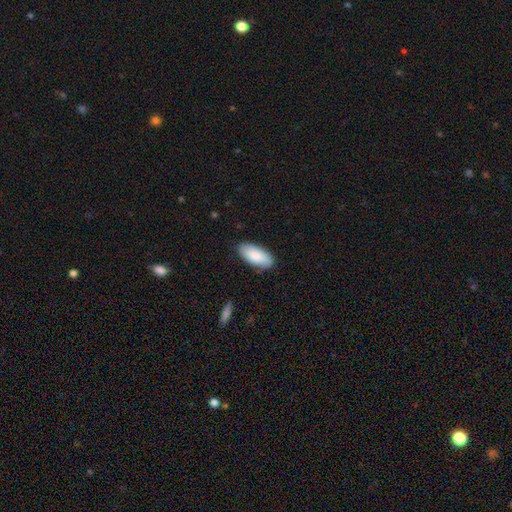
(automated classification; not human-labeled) This appears to be a smooth galaxy with no disk features (86%) that is in between round and cigar-shaped (90%). Merging: none (85%).